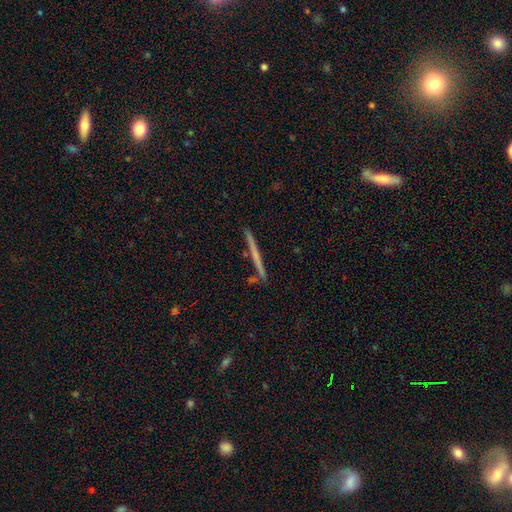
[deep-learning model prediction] Q: Smooth or featured?
A: featured or disk (51%); runner-up: smooth (42%)
Q: Edge-on disk?
A: yes (97%); runner-up: no (3%)
Q: Edge-on bulge?
A: none (86%); runner-up: rounded (10%)
Q: Merging?
A: none (89%); runner-up: minor disturbance (7%)